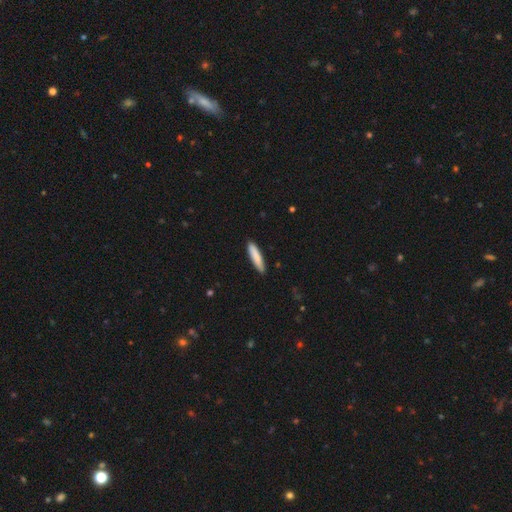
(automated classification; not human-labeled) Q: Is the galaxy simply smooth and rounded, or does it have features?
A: smooth — 85%.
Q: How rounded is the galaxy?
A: cigar-shaped — 86%.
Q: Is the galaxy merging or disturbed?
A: none — 89%.